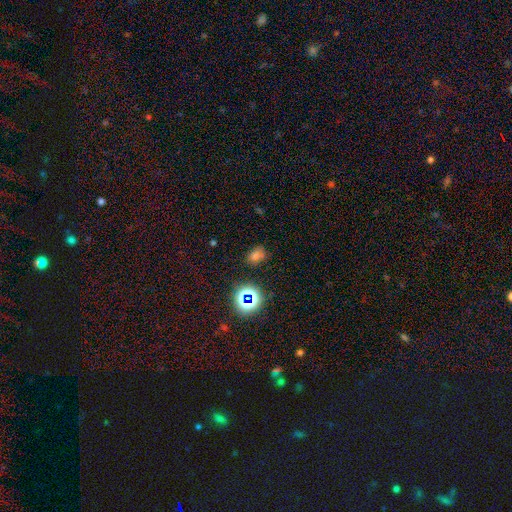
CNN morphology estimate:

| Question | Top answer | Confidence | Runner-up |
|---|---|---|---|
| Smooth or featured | smooth | 57% | star or artifact (35%) |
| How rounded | in between | 58% | round (40%) |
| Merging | none | 77% | minor disturbance (15%) |